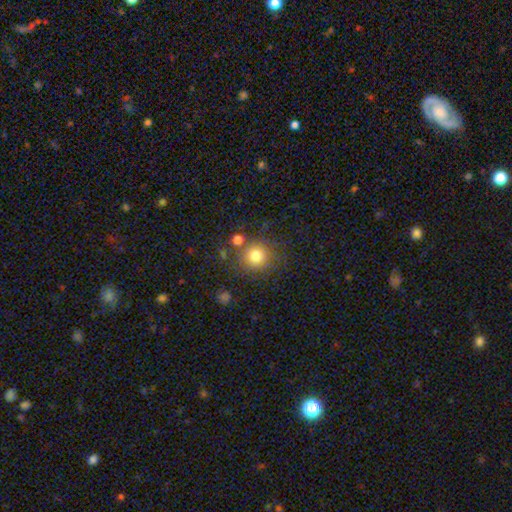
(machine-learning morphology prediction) smooth 79%, star or artifact 13%, featured or disk 8%. Down the decision tree: how rounded — round (91%); merging — none (77%).